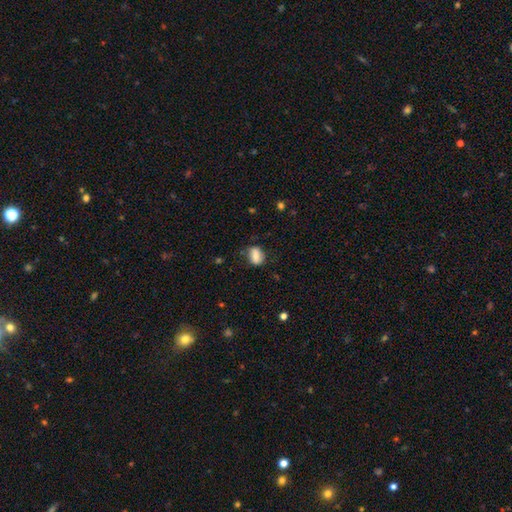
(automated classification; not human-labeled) Smooth or featured? smooth (78%)
How rounded? in between (73%)
Merging? none (70%)